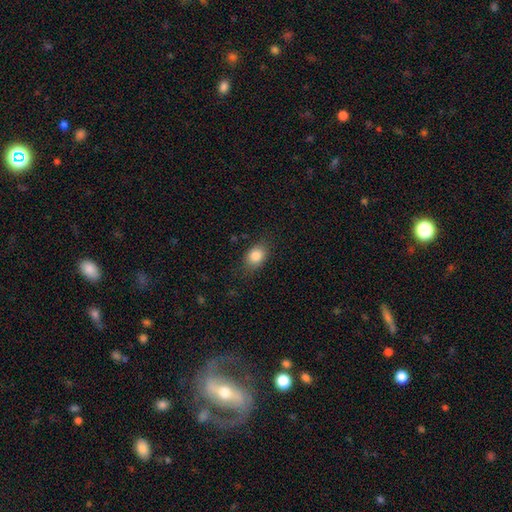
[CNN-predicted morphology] Q: Smooth or featured?
A: smooth (85%); runner-up: star or artifact (8%)
Q: How rounded?
A: in between (70%); runner-up: round (28%)
Q: Merging?
A: none (79%); runner-up: minor disturbance (16%)